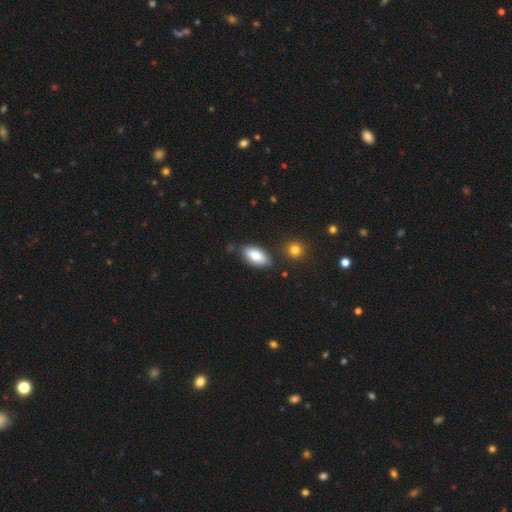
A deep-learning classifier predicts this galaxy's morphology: The model was most divided on "merging": none: 80%, minor disturbance: 13%, merger: 5%, major disturbance: 3%. More confident: how rounded — in between (90%); smooth or featured — smooth (81%).